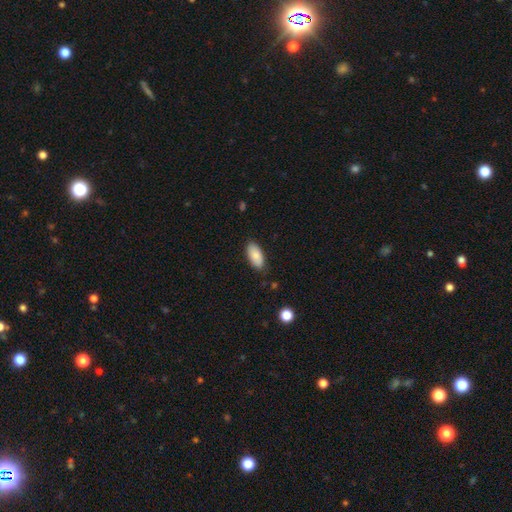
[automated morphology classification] smooth_or_featured: smooth (p=0.85) [alt: featured or disk p=0.09]
how_rounded: in between (p=0.92) [alt: cigar-shaped p=0.06]
merging: none (p=0.84) [alt: minor disturbance p=0.13]